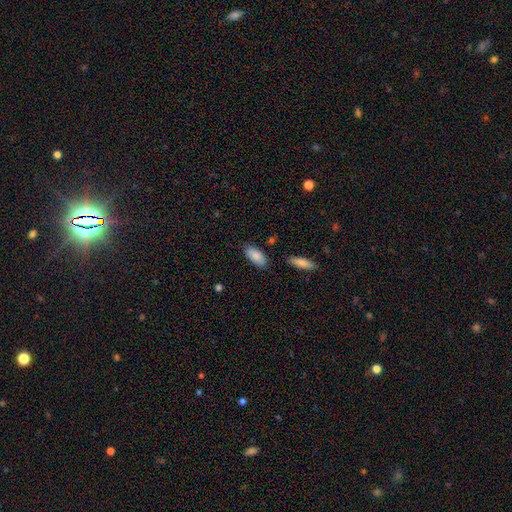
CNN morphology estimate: This is clearly a smooth galaxy (87%). How rounded: clearly in between (88%). Merging: likely none (80%).